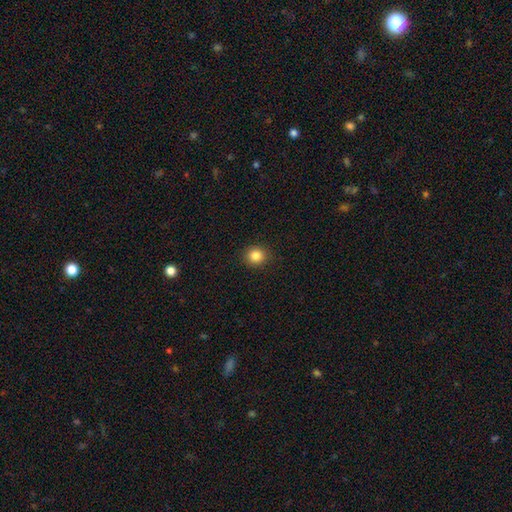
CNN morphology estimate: This appears to be a smooth galaxy with no disk features (84%) that is round (88%). Merging: none (91%).